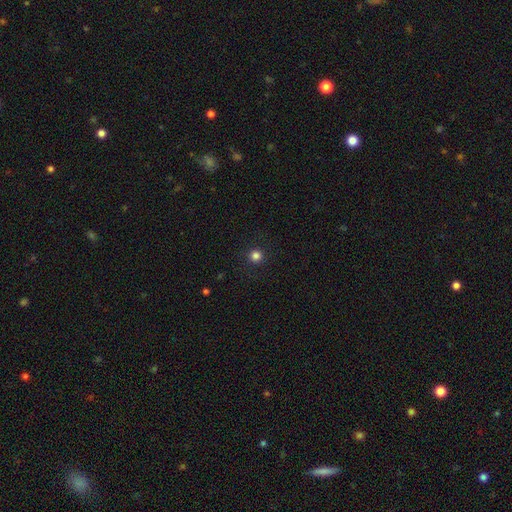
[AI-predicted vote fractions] smooth 83%, star or artifact 13%, featured or disk 4%. Down the decision tree: how rounded — round (95%); merging — none (92%).